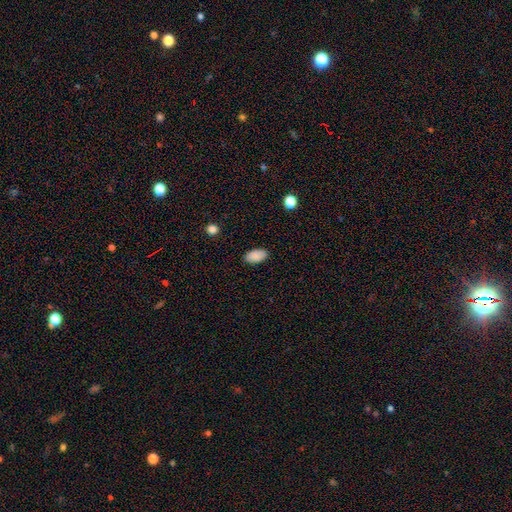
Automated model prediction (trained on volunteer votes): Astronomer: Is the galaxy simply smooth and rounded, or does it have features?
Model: smooth — 89%.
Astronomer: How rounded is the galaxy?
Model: in between — 95%.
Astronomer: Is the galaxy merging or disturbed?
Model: none — 88%.